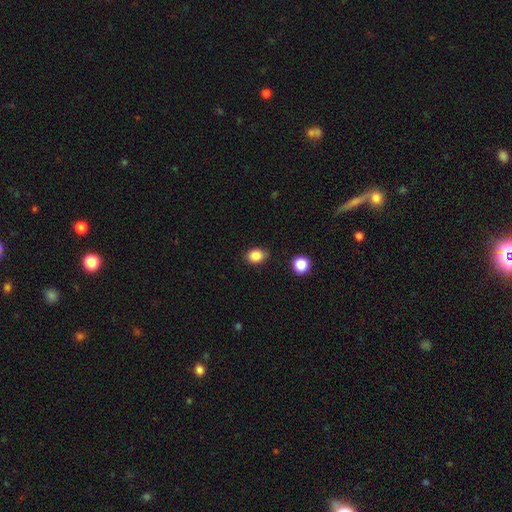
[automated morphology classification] A smooth galaxy with no disk features (86%) that is in between round and cigar-shaped (56%).

Vote fractions:
- Smooth or featured? smooth: 86% / star or artifact: 10% / featured or disk: 4%
- How rounded? in between: 56% / round: 43% / cigar-shaped: 1%
- Merging? none: 78% / minor disturbance: 16% / major disturbance: 3% / merger: 2%